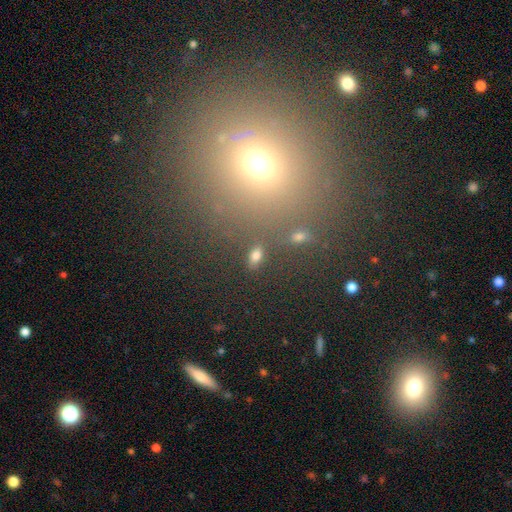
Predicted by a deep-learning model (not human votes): smooth 76%, star or artifact 15%, featured or disk 9%. Down the decision tree: how rounded — in between (87%); merging — none (82%).